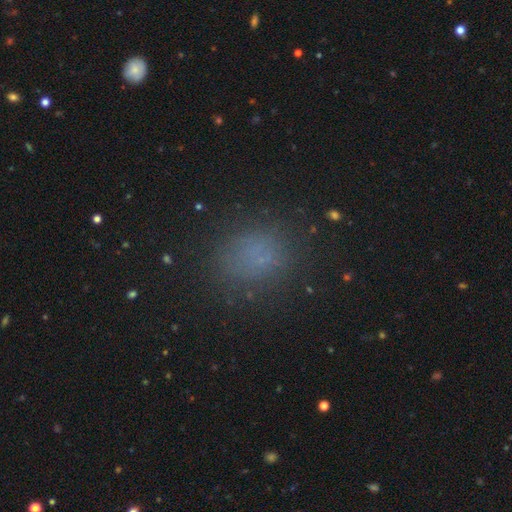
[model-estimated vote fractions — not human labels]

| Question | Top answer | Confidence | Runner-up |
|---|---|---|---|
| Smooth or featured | smooth | 71% | star or artifact (21%) |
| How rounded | round | 61% | in between (37%) |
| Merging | none | 80% | minor disturbance (13%) |